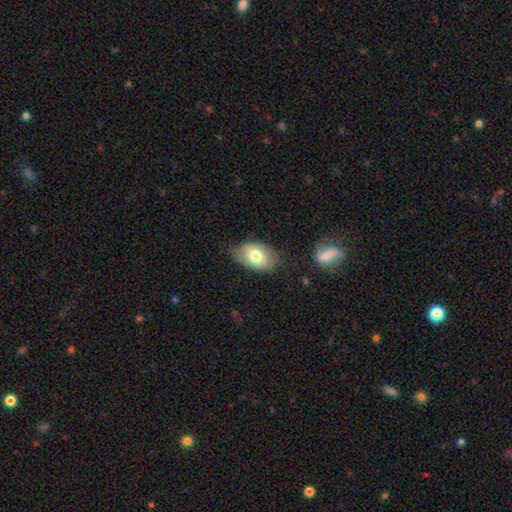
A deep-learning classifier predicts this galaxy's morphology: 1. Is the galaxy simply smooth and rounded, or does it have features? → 74% smooth, 19% featured or disk, 7% star or artifact.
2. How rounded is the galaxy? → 89% in between, 9% round, 1% cigar-shaped.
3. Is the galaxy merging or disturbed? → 70% none, 23% minor disturbance, 5% major disturbance, 2% merger.